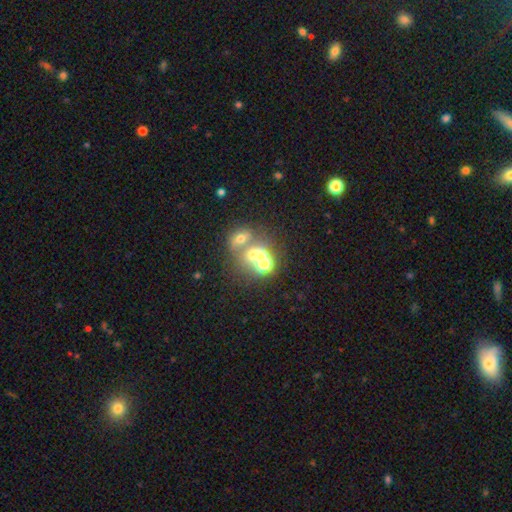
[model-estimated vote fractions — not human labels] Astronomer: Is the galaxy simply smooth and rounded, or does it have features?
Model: smooth — 40% (runner-up: star or artifact, 32%).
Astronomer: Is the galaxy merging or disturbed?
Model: merger — 51% (runner-up: none, 33%).